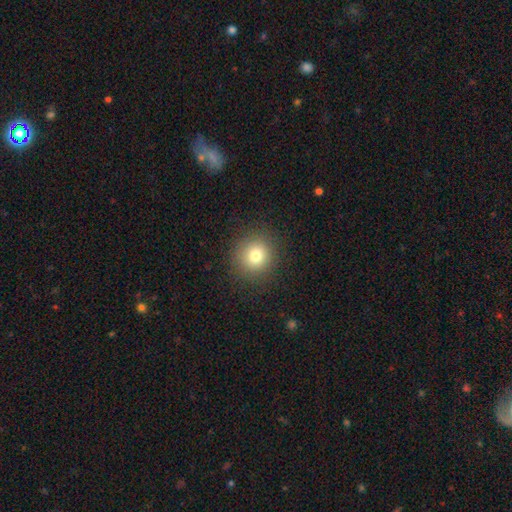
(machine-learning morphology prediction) Smooth or featured? Predicted: smooth (p=0.79). How rounded? Predicted: round (p=0.92). Merging? Predicted: none (p=0.90).